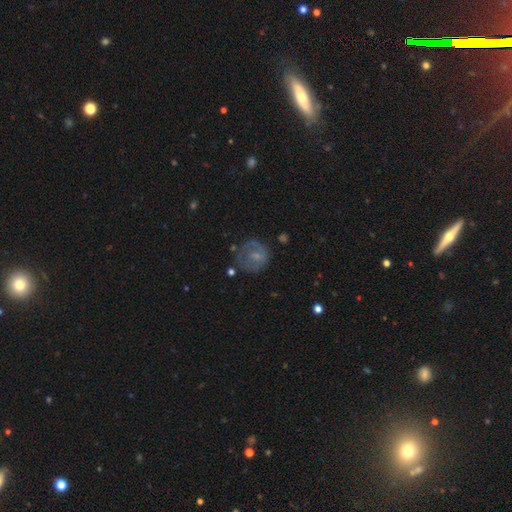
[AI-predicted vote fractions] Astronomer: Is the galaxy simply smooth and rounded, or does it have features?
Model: featured or disk — 46% (runner-up: smooth, 44%).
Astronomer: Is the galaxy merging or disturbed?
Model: none — 57%.